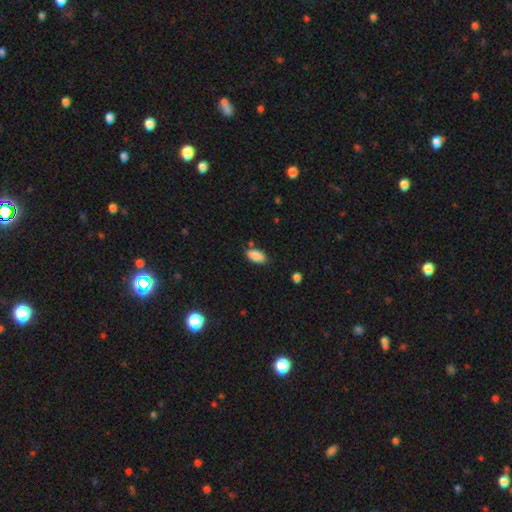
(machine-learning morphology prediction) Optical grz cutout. It shows a smooth galaxy with no disk features (89%) that is in between round and cigar-shaped (93%). Merging: none (79%).